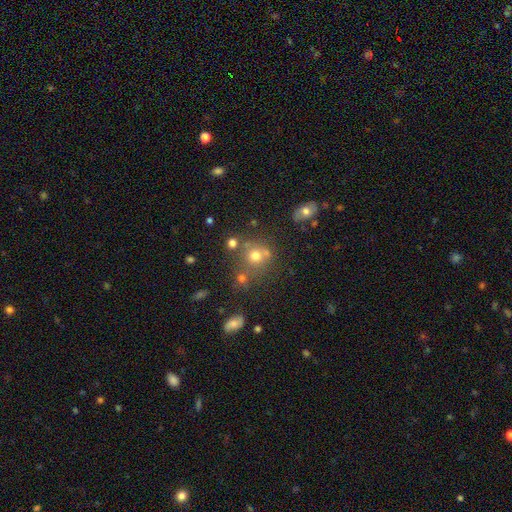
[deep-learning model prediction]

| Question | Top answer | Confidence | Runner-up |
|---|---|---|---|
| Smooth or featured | smooth | 68% | star or artifact (18%) |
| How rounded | round | 85% | in between (14%) |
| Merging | none | 61% | merger (20%) |